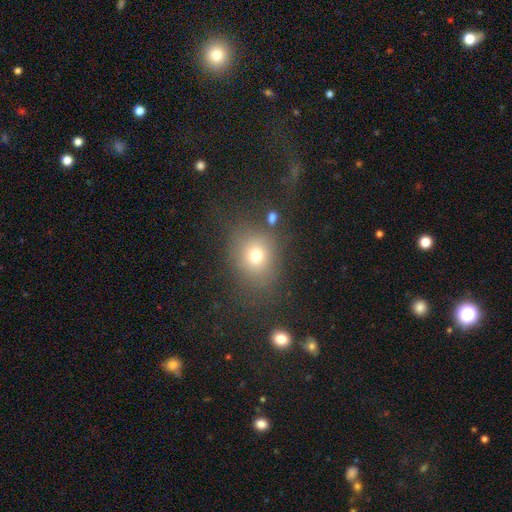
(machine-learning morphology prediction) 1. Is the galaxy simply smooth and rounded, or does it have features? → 71% smooth, 17% star or artifact, 12% featured or disk.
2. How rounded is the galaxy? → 63% round, 36% in between, 1% cigar-shaped.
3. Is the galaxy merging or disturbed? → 71% none, 15% minor disturbance, 10% major disturbance, 4% merger.